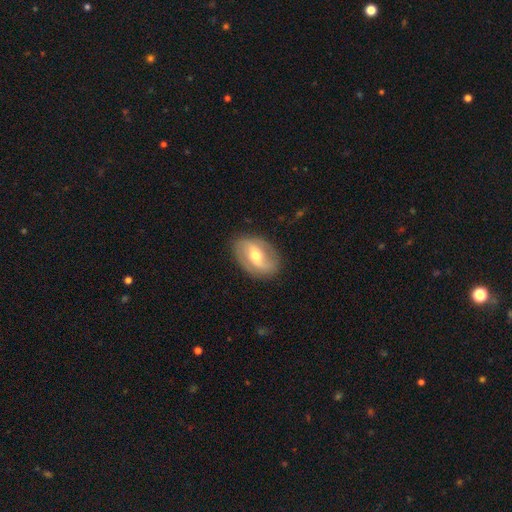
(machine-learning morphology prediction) This appears to be a featured or disk galaxy (68%) with a weak bar (41%), spiral arms (74%) and a moderate central bulge (67%). Merging: none (83%).